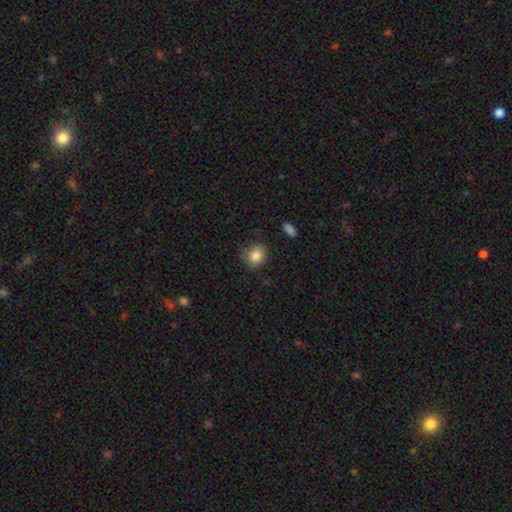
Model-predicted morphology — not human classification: smooth_or_featured: smooth (p=0.85) [alt: star or artifact p=0.09]
how_rounded: round (p=0.78) [alt: in between p=0.21]
merging: none (p=0.77) [alt: minor disturbance p=0.17]